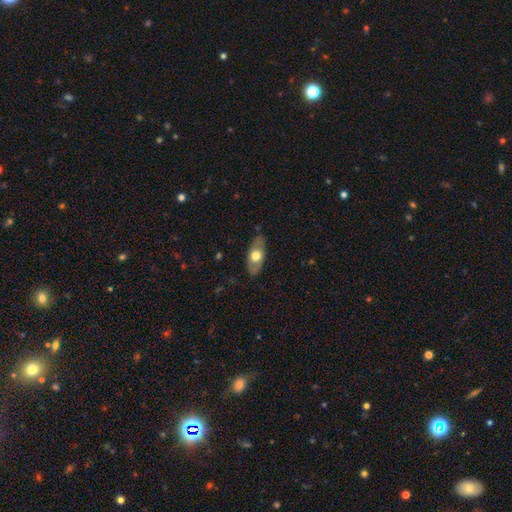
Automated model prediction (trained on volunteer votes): smooth_or_featured: smooth (p=0.55) [alt: featured or disk p=0.39]
how_rounded: in between (p=0.86) [alt: cigar-shaped p=0.09]
merging: none (p=0.81) [alt: minor disturbance p=0.15]